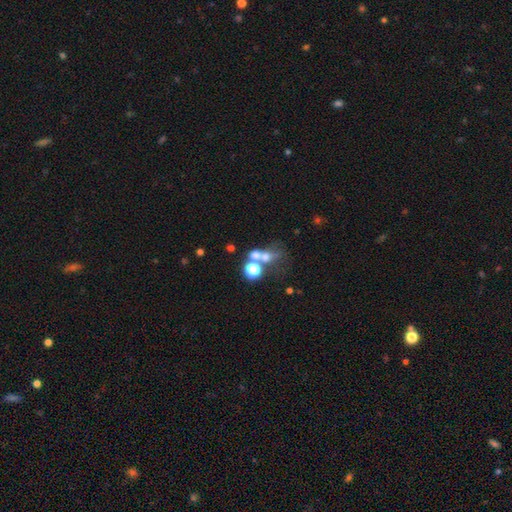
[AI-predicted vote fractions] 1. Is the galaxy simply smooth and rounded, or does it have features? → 55% smooth, 25% star or artifact, 20% featured or disk.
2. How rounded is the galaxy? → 68% round, 29% in between, 2% cigar-shaped.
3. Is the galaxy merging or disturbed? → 47% merger, 36% none, 9% major disturbance, 8% minor disturbance.